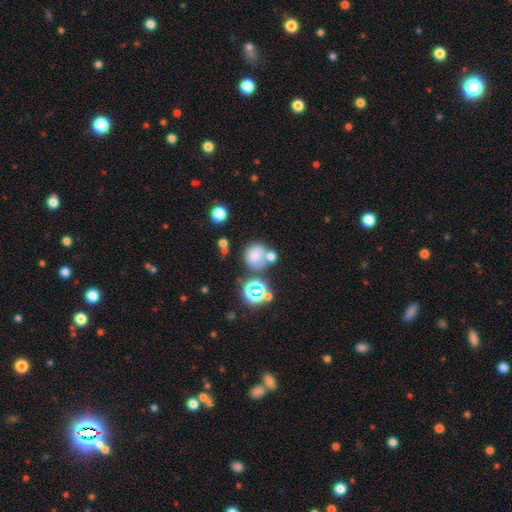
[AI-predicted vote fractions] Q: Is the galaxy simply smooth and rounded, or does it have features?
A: smooth — 66%.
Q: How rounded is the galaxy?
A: round — 81%.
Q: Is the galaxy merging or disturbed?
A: none — 53%.